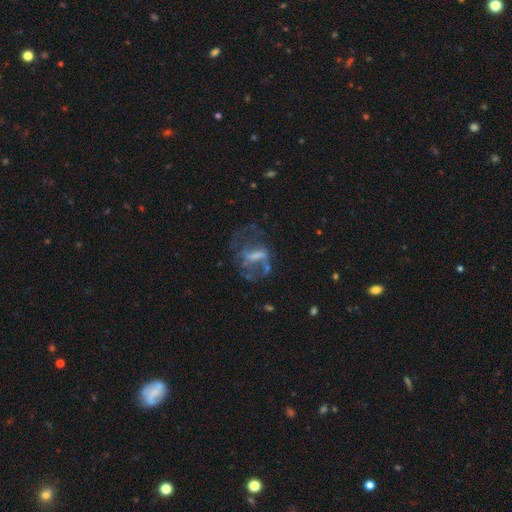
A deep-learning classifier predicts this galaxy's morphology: Smooth or featured? Predicted: featured or disk (p=0.68). Edge-on disk? Predicted: no (p=0.95). Bar? Predicted: weak (p=0.42). Spiral arms? Predicted: yes (p=0.56). Bulge size? Predicted: small (p=0.33). Merging? Predicted: none (p=0.44).